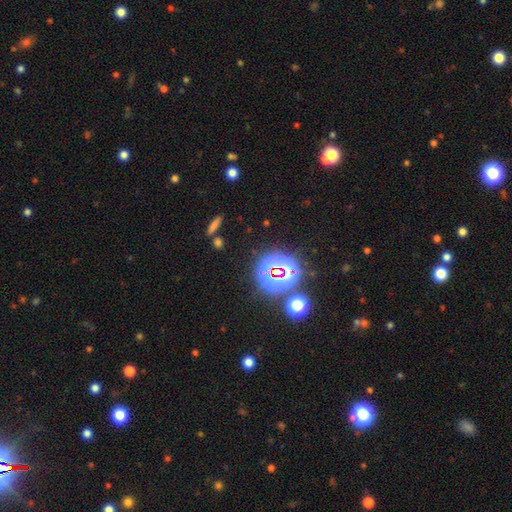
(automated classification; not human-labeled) Smooth or featured? star or artifact (83%)